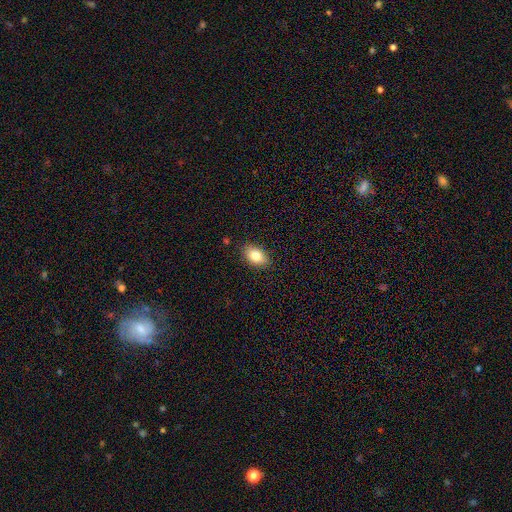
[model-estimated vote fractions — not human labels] A smooth galaxy with no disk features (81%) that is in between round and cigar-shaped (87%). Merging: none (85%).